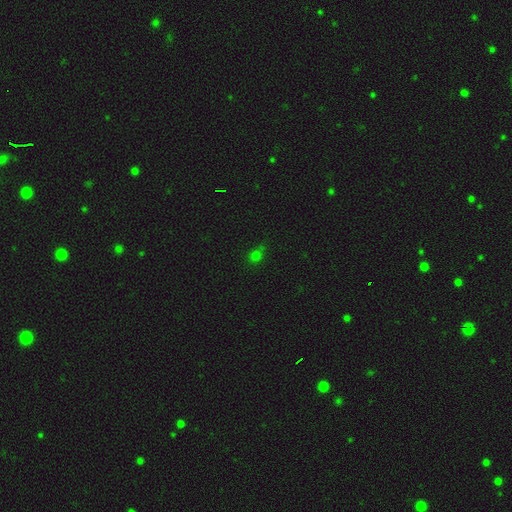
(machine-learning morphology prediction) smooth_or_featured: smooth (p=0.64) [alt: star or artifact p=0.31]
how_rounded: round (p=0.74) [alt: in between p=0.24]
merging: none (p=0.70) [alt: minor disturbance p=0.19]